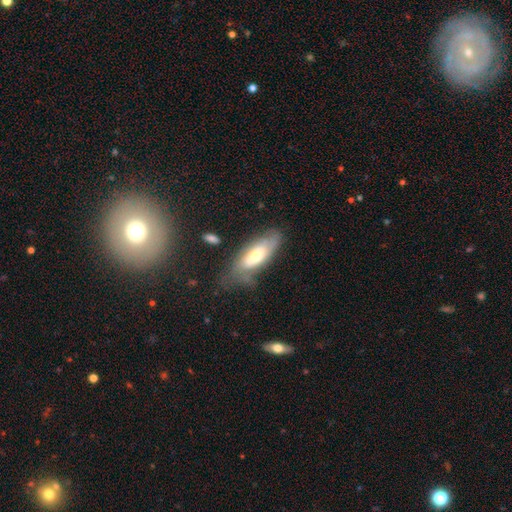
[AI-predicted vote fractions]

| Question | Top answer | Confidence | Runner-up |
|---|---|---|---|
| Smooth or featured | smooth | 53% | featured or disk (39%) |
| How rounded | in between | 72% | cigar-shaped (26%) |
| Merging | none | 57% | minor disturbance (29%) |